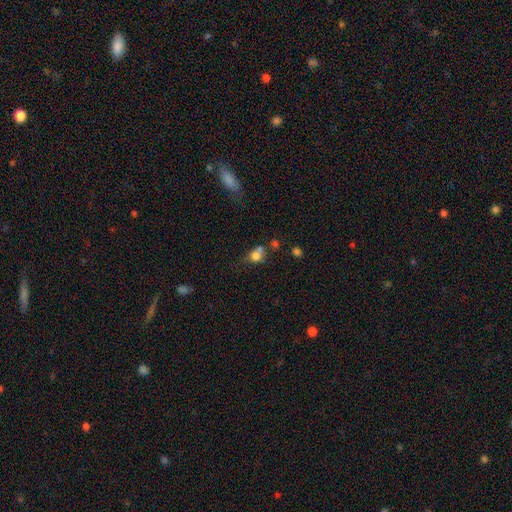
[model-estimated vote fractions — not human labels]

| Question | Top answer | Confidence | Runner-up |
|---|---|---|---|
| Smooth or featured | smooth | 76% | star or artifact (12%) |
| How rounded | round | 61% | in between (38%) |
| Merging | none | 39% | merger (33%) |